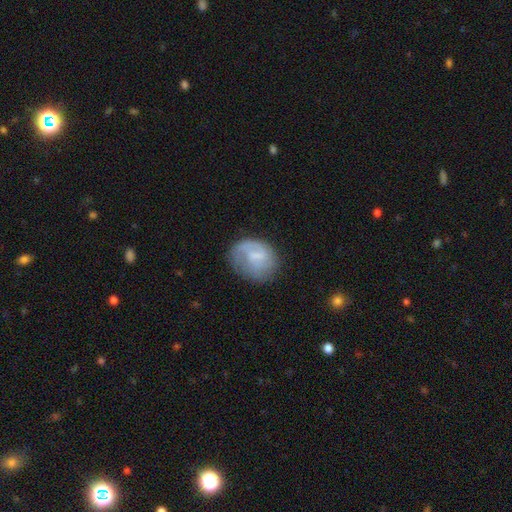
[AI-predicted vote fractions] A featured or disk galaxy (48%).

Vote fractions:
- Smooth or featured? featured or disk: 48% / smooth: 45% / star or artifact: 8%
- Merging? none: 57% / minor disturbance: 24% / major disturbance: 17% / merger: 2%